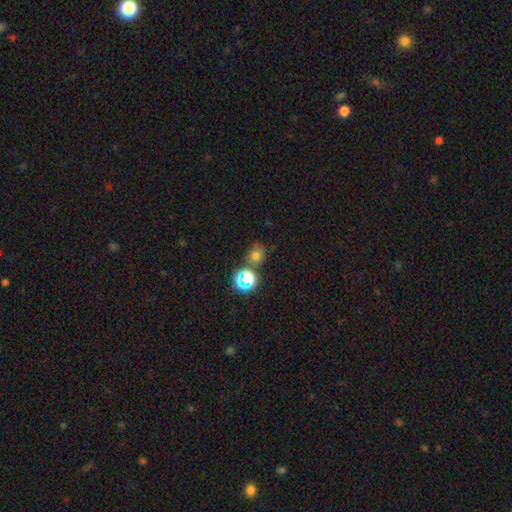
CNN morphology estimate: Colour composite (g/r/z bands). It shows a smooth galaxy with no disk features (64%) that is round (71%). Merging: none (66%).